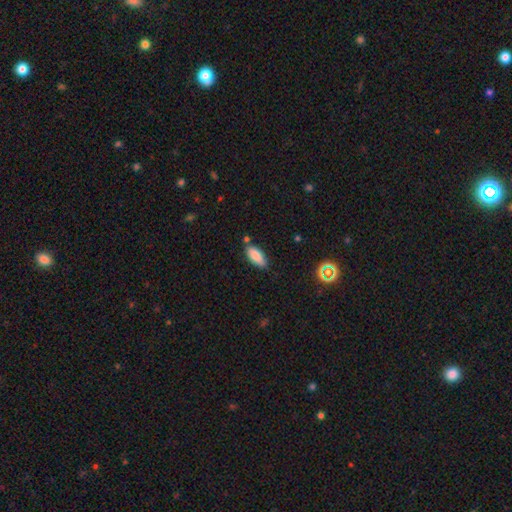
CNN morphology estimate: Q: Smooth or featured?
A: smooth (85%); runner-up: featured or disk (8%)
Q: How rounded?
A: in between (82%); runner-up: cigar-shaped (16%)
Q: Merging?
A: none (75%); runner-up: minor disturbance (17%)